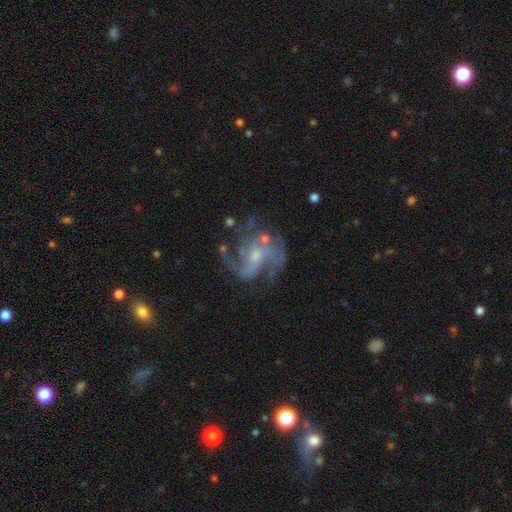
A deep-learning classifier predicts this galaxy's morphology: This is clearly a featured or disk galaxy (87%). It is clearly not viewed edge-on (98%). Bar: possibly no (54%). Spiral arm pattern: clearly yes (94%). Spiral arm count: marginally 2 (36%). Spiral winding: possibly medium (51%). Central bulge: likely small (62%). Merging: possibly none (58%).